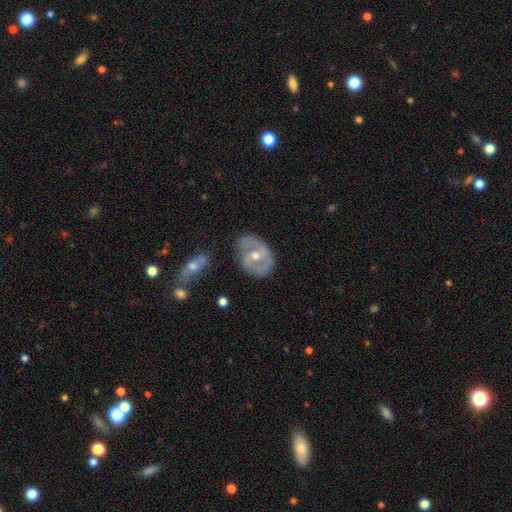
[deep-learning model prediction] This is likely a featured or disk galaxy (75%). It is clearly not viewed edge-on (95%). Bar: marginally weak (40%). Spiral arm pattern: likely yes (67%). Central bulge: likely moderate (70%). Merging: likely none (68%).